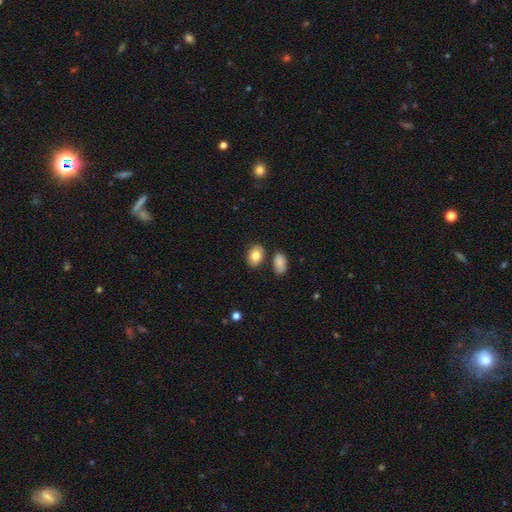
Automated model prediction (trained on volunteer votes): This appears to be a smooth galaxy with no disk features (82%) that is in between round and cigar-shaped (84%). Merging: none (76%).